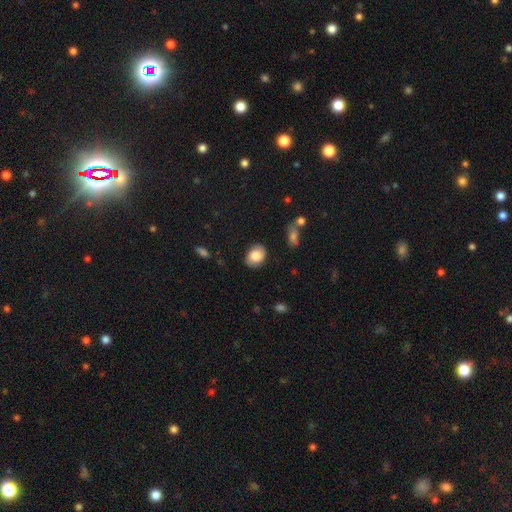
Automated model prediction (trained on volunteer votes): Smooth or featured?
  - smooth: 64% *
  - featured or disk: 27%
  - star or artifact: 8%
How rounded?
  - in between: 57% *
  - round: 41%
  - cigar-shaped: 1%
Merging?
  - none: 78% *
  - minor disturbance: 16%
  - major disturbance: 4%
  - merger: 2%